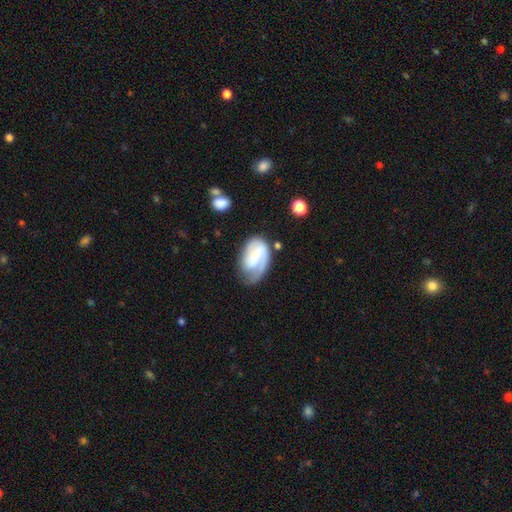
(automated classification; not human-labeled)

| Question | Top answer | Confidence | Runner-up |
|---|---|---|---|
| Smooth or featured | featured or disk | 64% | smooth (30%) |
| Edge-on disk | no | 97% | yes (3%) |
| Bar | no | 50% | weak (37%) |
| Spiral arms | yes | 89% | no (11%) |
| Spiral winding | tight | 48% | medium (35%) |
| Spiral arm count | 1 | 53% | 2 (28%) |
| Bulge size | small | 42% | none (27%) |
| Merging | none | 50% | minor disturbance (27%) |